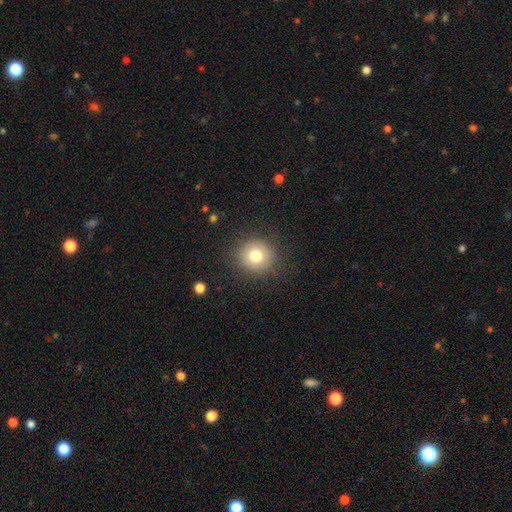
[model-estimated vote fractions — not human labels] Smooth or featured?
  - smooth: 77% *
  - star or artifact: 12%
  - featured or disk: 11%
How rounded?
  - round: 91% *
  - in between: 8%
  - cigar-shaped: 1%
Merging?
  - none: 88% *
  - minor disturbance: 7%
  - major disturbance: 3%
  - merger: 1%